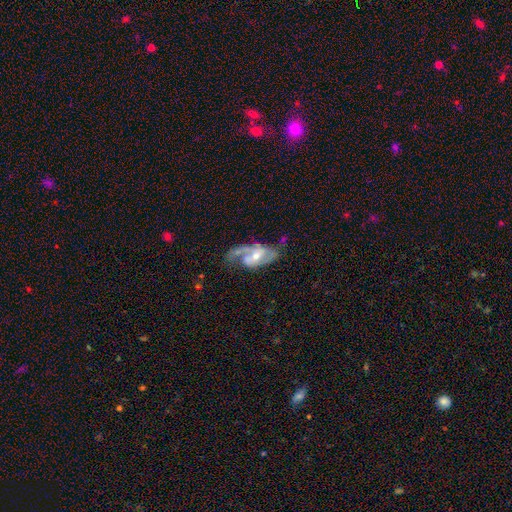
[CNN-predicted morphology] Overall: featured or disk (84%). Edge-on disk: no (95%). Bar: weak (43%; no 30%). Spiral arms: yes (91%). Spiral arm count: 2 (74%). Spiral winding: medium (49%; loose 31%). Bulge size: moderate (53%; small 41%). Merging: none (52%; minor disturbance 23%).